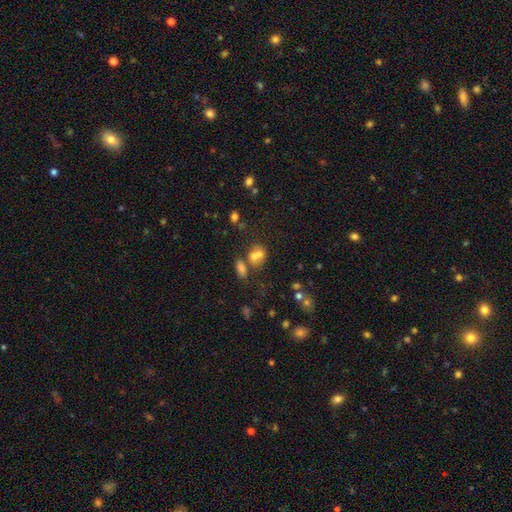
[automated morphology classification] Q: Smooth or featured?
A: smooth (65%); runner-up: star or artifact (19%)
Q: How rounded?
A: in between (58%); runner-up: round (39%)
Q: Merging?
A: merger (46%); runner-up: none (38%)